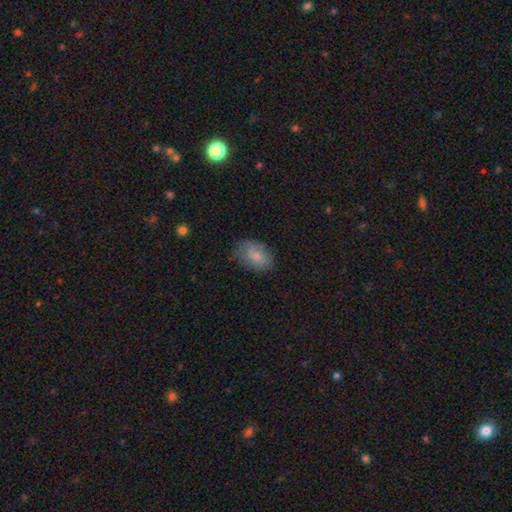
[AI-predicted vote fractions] Q: Smooth or featured?
A: smooth (80%); runner-up: featured or disk (13%)
Q: How rounded?
A: in between (88%); runner-up: round (11%)
Q: Merging?
A: none (72%); runner-up: minor disturbance (21%)